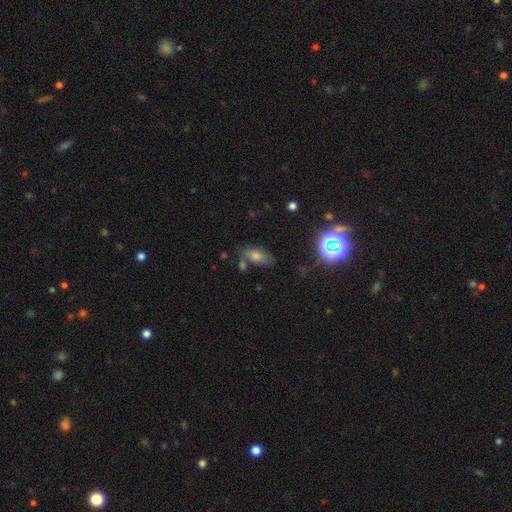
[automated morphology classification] smooth 61%, star or artifact 22%, featured or disk 17%. Down the decision tree: how rounded — in between (82%); merging — none (67%).